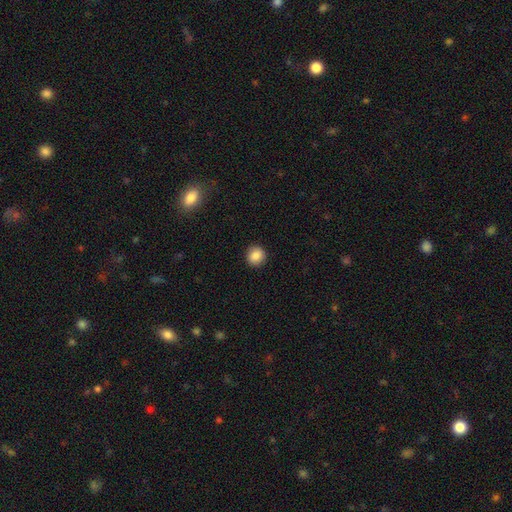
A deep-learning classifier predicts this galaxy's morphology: Overall: smooth (87%). How rounded: round (91%). Merging: none (92%).